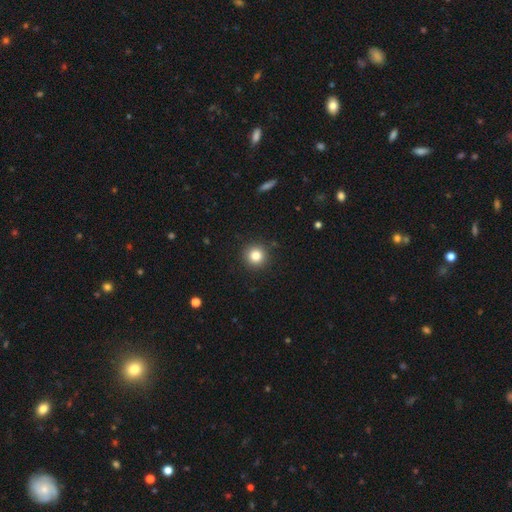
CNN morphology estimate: type=smooth (83%); roundness=round (95%); merging=none (91%).